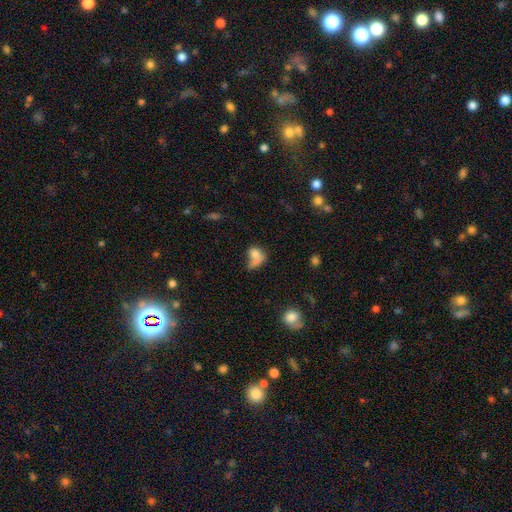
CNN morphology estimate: smooth-or-featured: smooth: 69% | featured or disk: 19% | star or artifact: 11%
  how-rounded: in between: 59% | round: 38% | cigar-shaped: 3%
  merging: major disturbance: 29% | merger: 27% | none: 27% | minor disturbance: 17%